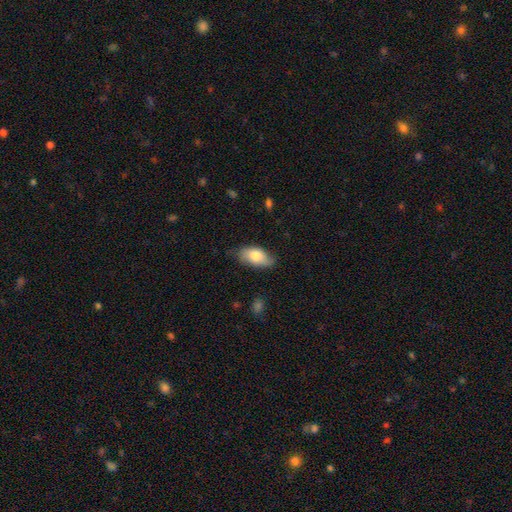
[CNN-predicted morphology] smooth-or-featured: smooth: 78% | featured or disk: 16% | star or artifact: 6%
  how-rounded: in between: 93% | cigar-shaped: 3% | round: 3%
  merging: none: 68% | minor disturbance: 26% | major disturbance: 4% | merger: 1%